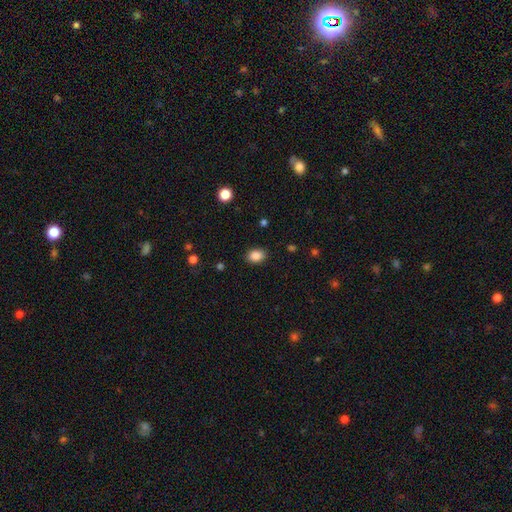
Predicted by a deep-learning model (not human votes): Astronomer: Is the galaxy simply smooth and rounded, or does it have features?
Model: smooth — 87%.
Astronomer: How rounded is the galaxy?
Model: in between — 67%.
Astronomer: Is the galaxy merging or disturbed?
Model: none — 87%.